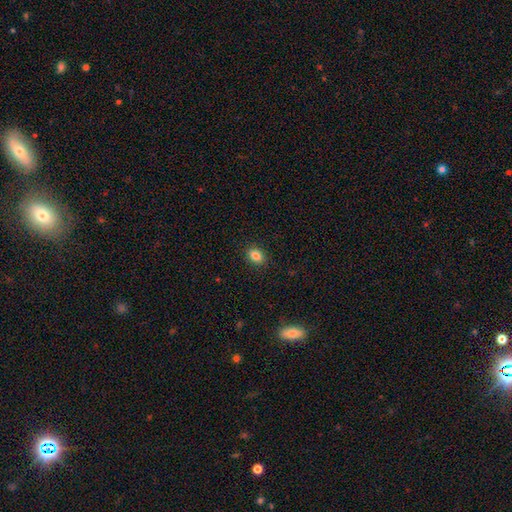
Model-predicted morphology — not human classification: smooth_or_featured: smooth (p=0.84) [alt: star or artifact p=0.10]
how_rounded: in between (p=0.67) [alt: round p=0.31]
merging: none (p=0.90) [alt: minor disturbance p=0.08]